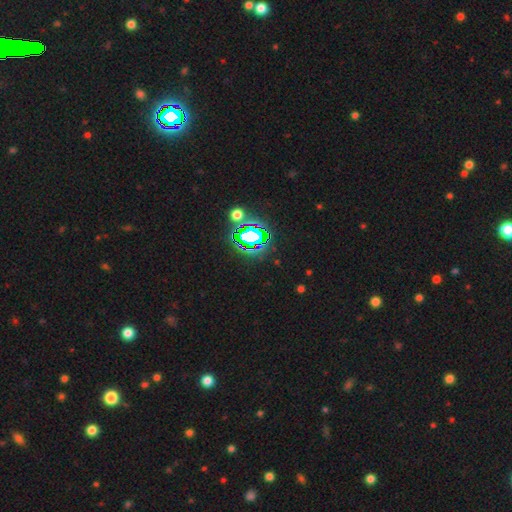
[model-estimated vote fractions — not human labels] The model was most divided on "smooth or featured": star or artifact: 79%, smooth: 13%, featured or disk: 8%.